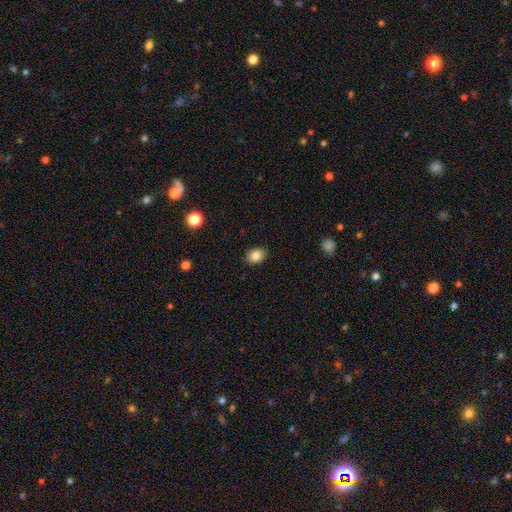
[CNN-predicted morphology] Q: Smooth or featured?
A: smooth (85%); runner-up: star or artifact (9%)
Q: How rounded?
A: in between (62%); runner-up: round (37%)
Q: Merging?
A: none (87%); runner-up: minor disturbance (10%)